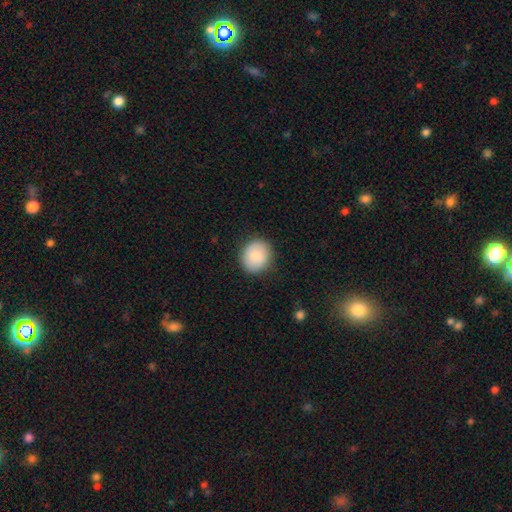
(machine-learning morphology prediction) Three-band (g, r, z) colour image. It shows a smooth galaxy with no disk features (83%) that is round (73%). Merging: none (87%).